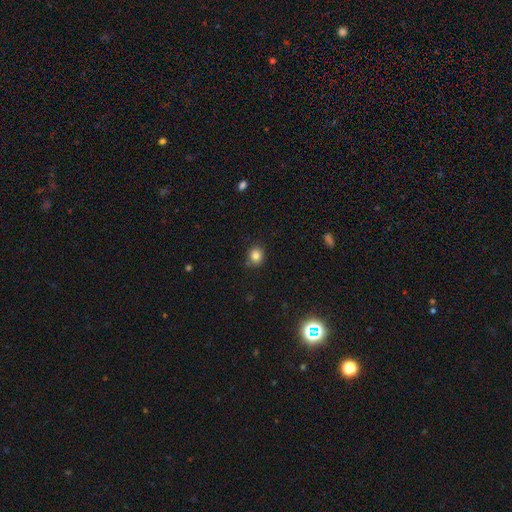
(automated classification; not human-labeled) Smooth or featured? Predicted: smooth (p=0.84). How rounded? Predicted: round (p=0.81). Merging? Predicted: none (p=0.83).